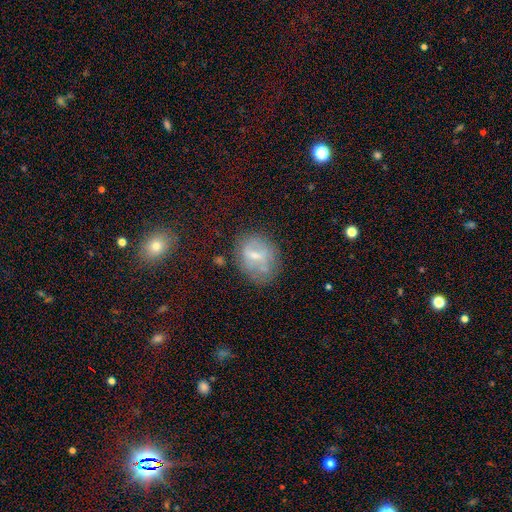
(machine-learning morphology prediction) The model was most divided on "smooth or featured": featured or disk: 45%, smooth: 43%, star or artifact: 12%. More confident: merging — none (57%).